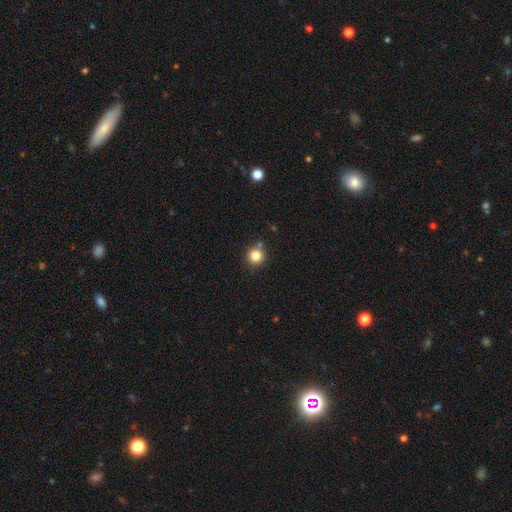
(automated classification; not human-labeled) A smooth galaxy with no disk features (84%) that is round (94%).

Vote fractions:
- Smooth or featured? smooth: 84% / star or artifact: 11% / featured or disk: 5%
- How rounded? round: 94% / in between: 5% / cigar-shaped: 1%
- Merging? none: 80% / minor disturbance: 9% / merger: 8% / major disturbance: 3%